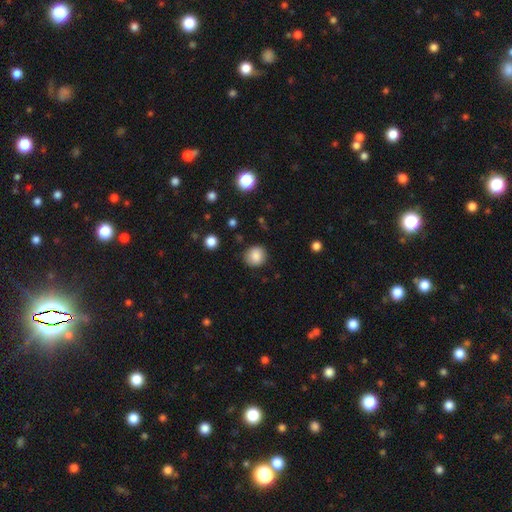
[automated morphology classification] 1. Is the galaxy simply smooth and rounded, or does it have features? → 86% smooth, 9% star or artifact, 5% featured or disk.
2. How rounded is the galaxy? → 86% round, 13% in between, 1% cigar-shaped.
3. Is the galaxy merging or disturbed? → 85% none, 11% minor disturbance, 3% major disturbance, 1% merger.